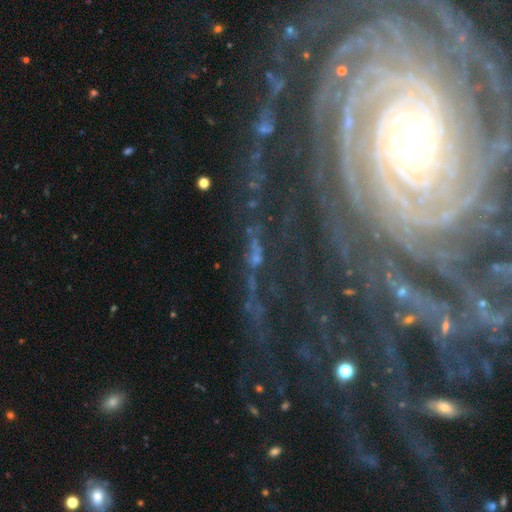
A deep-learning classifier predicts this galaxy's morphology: Smooth or featured? Predicted: star or artifact (p=0.56).